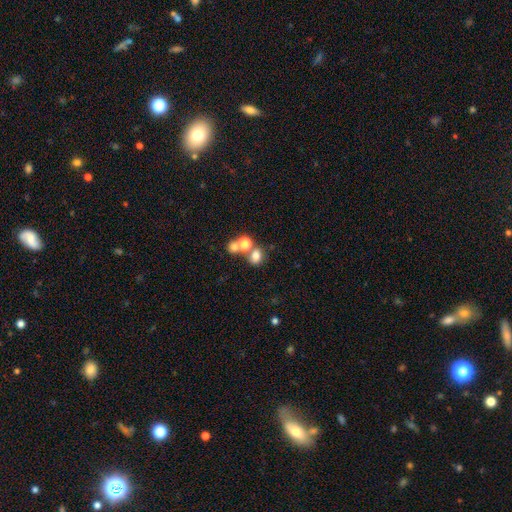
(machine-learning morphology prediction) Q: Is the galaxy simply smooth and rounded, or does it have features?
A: smooth — 74%.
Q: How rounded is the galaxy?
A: round — 58%.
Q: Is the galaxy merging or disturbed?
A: none — 53%.